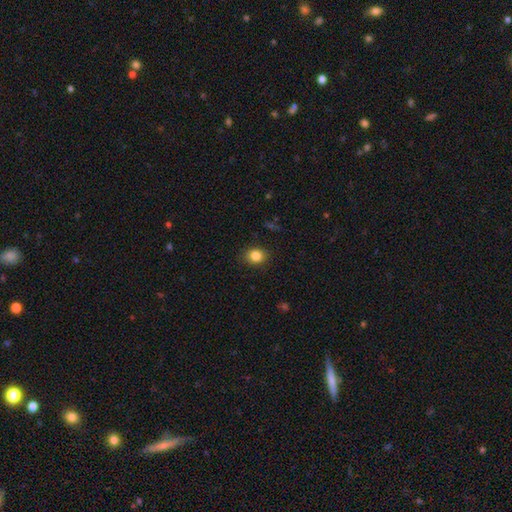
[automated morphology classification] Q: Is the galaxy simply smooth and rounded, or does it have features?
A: smooth — 84%.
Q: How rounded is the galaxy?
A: round — 64%.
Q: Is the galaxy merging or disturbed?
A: none — 87%.